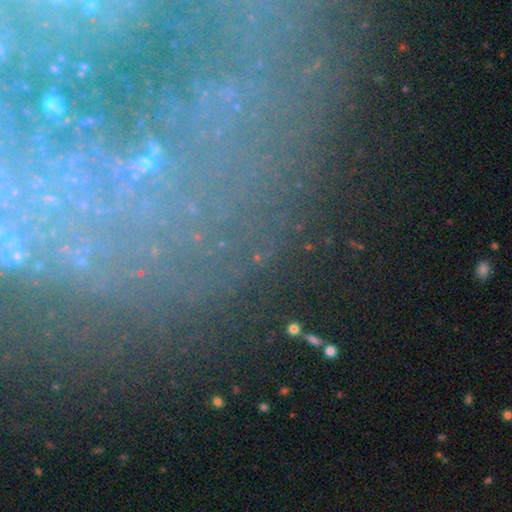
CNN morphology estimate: Smooth or featured? star or artifact (55%)